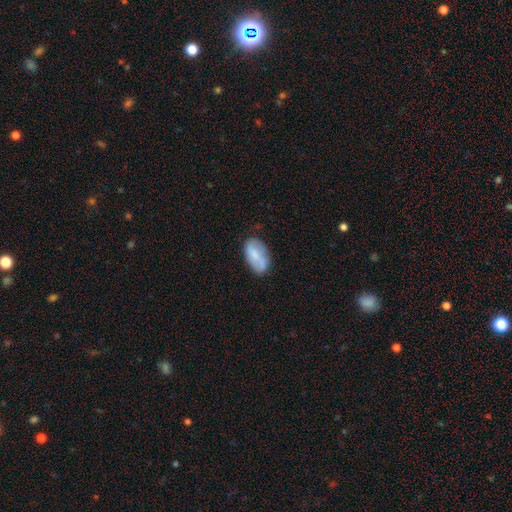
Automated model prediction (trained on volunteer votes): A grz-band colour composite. It shows a smooth galaxy with no disk features (64%) that is in between round and cigar-shaped (93%). Merging: none (69%).